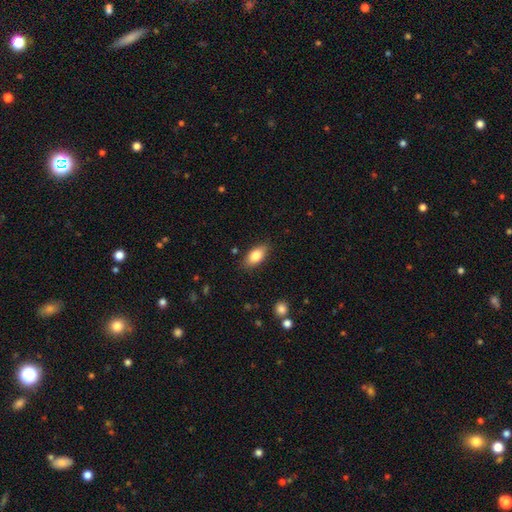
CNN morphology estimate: This appears to be a smooth galaxy with no disk features (82%) that is in between round and cigar-shaped (88%). Merging: none (86%).